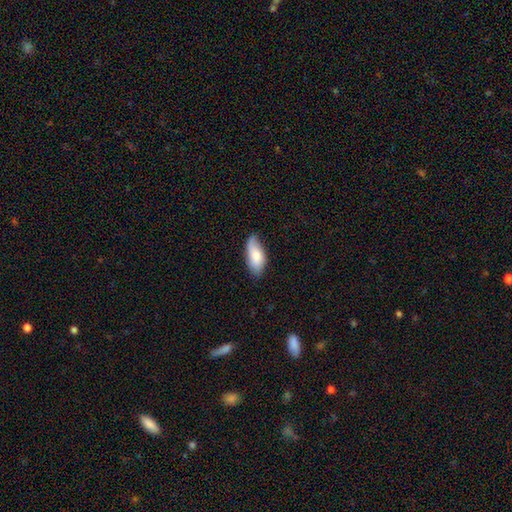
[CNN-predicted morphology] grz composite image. It shows a smooth galaxy with no disk features (79%) that is in between round and cigar-shaped (87%). Merging: none (67%).